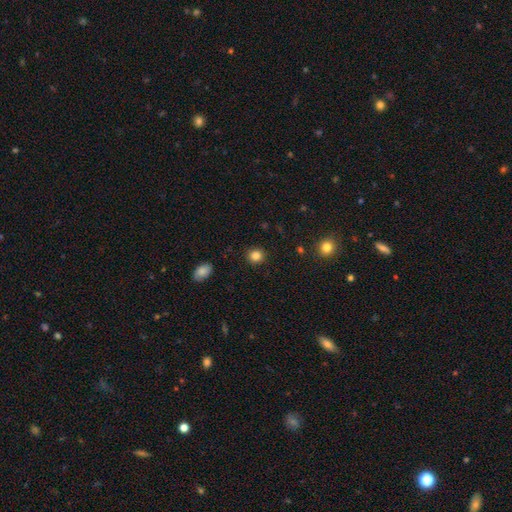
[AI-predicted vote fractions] Smooth or featured? smooth (85%)
How rounded? round (88%)
Merging? none (91%)